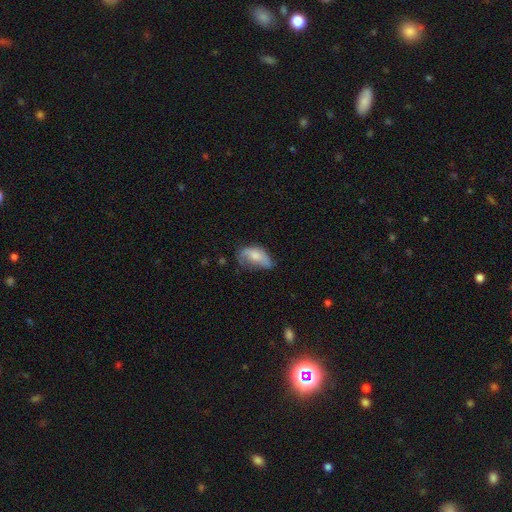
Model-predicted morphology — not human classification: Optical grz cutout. It shows a smooth galaxy with no disk features (68%) that is in between round and cigar-shaped (90%). Merging: minor disturbance (39%).